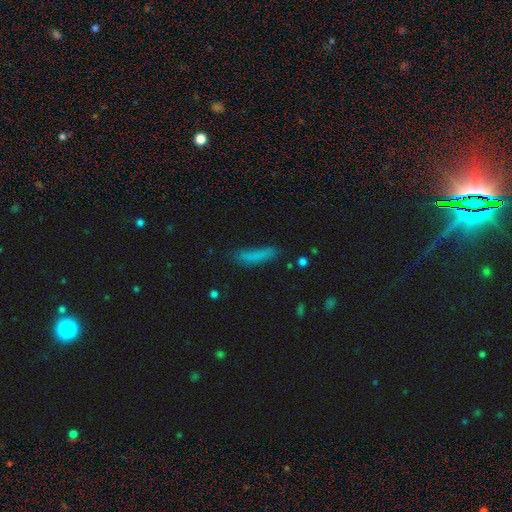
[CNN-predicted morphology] smooth 77%, featured or disk 12%, star or artifact 11%. Down the decision tree: how rounded — cigar-shaped (74%); merging — none (61%).